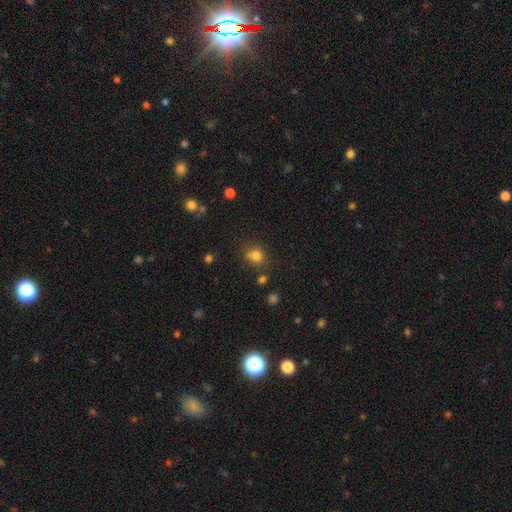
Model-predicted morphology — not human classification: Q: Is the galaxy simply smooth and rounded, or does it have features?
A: smooth — 79%.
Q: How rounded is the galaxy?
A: round — 77%.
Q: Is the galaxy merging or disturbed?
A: none — 68%.